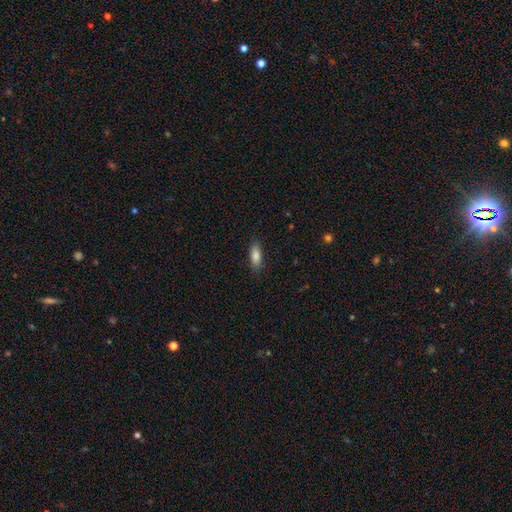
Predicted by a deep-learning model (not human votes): Smooth or featured?
  - smooth: 85% *
  - featured or disk: 8%
  - star or artifact: 7%
How rounded?
  - in between: 78% *
  - cigar-shaped: 19%
  - round: 2%
Merging?
  - none: 85% *
  - minor disturbance: 11%
  - major disturbance: 3%
  - merger: 1%